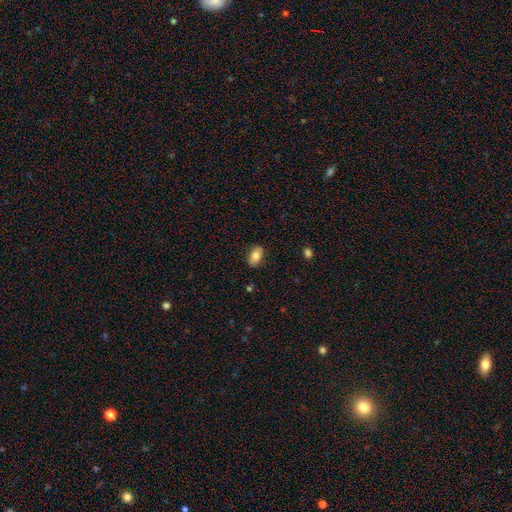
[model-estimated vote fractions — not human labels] smooth-or-featured: smooth: 81% | featured or disk: 12% | star or artifact: 7%
  how-rounded: in between: 91% | round: 7% | cigar-shaped: 3%
  merging: none: 85% | minor disturbance: 11% | major disturbance: 2% | merger: 1%